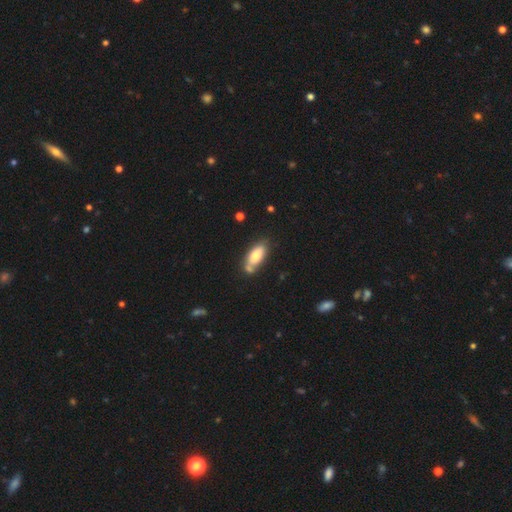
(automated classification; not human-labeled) Overall: smooth (74%). How rounded: in between (81%). Merging: none (60%).